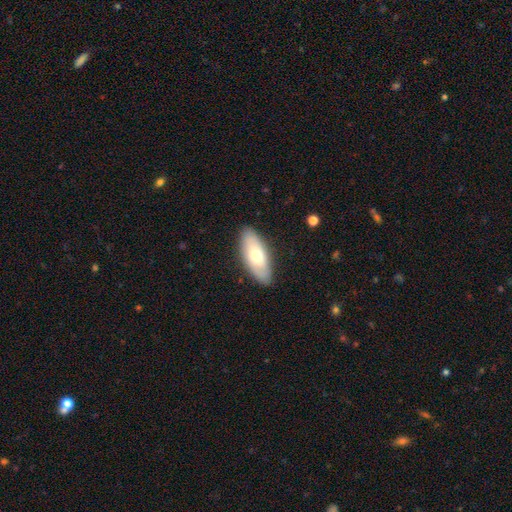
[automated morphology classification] This appears to be a smooth galaxy with no disk features (64%) that is in between round and cigar-shaped (82%). Merging: none (87%).